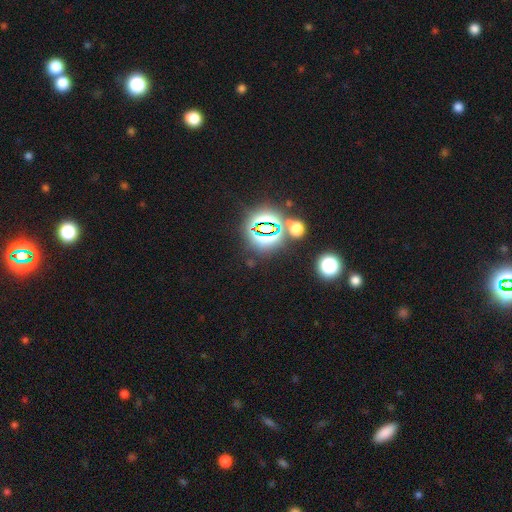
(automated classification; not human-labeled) smooth-or-featured: star or artifact: 81% | smooth: 12% | featured or disk: 7%